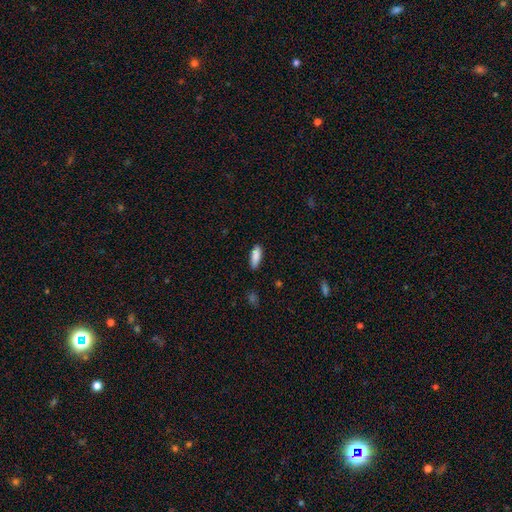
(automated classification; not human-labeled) Smooth or featured?
  - smooth: 88% *
  - star or artifact: 7%
  - featured or disk: 6%
How rounded?
  - in between: 65% *
  - cigar-shaped: 34%
  - round: 2%
Merging?
  - none: 84% *
  - minor disturbance: 13%
  - major disturbance: 2%
  - merger: 1%